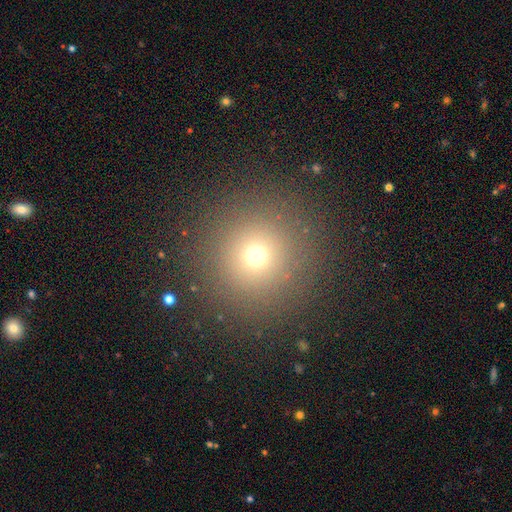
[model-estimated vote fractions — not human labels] smooth_or_featured: smooth (p=0.69) [alt: star or artifact p=0.22]
how_rounded: round (p=0.95) [alt: in between p=0.04]
merging: none (p=0.89) [alt: minor disturbance p=0.06]